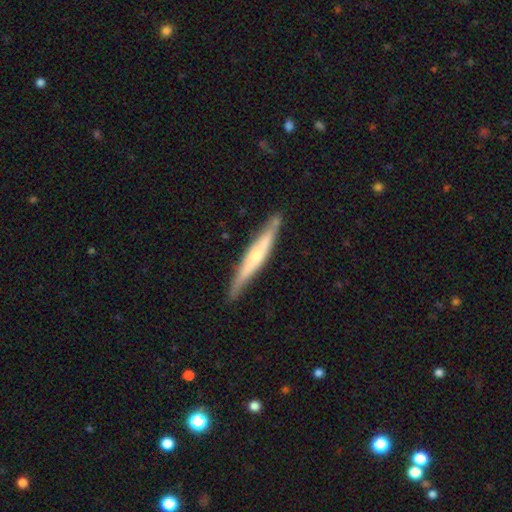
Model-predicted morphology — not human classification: Smooth or featured?
  - featured or disk: 65% *
  - smooth: 29%
  - star or artifact: 6%
Edge-on disk?
  - yes: 92% *
  - no: 8%
Edge-on bulge?
  - rounded: 64% *
  - none: 29%
  - boxy: 8%
Merging?
  - none: 86% *
  - minor disturbance: 11%
  - major disturbance: 2%
  - merger: 1%